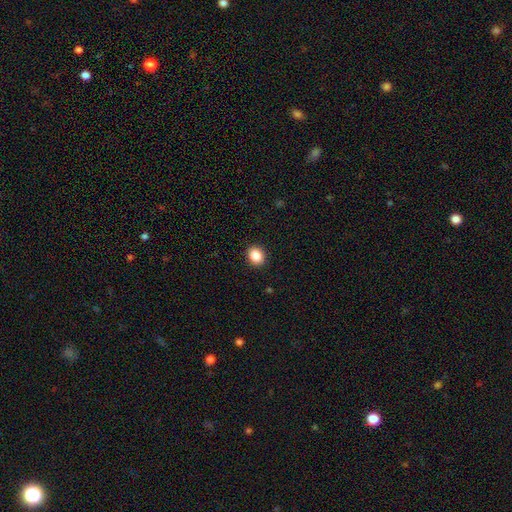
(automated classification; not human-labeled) This appears to be a smooth galaxy with no disk features (87%) that is round (52%). Merging: none (91%).